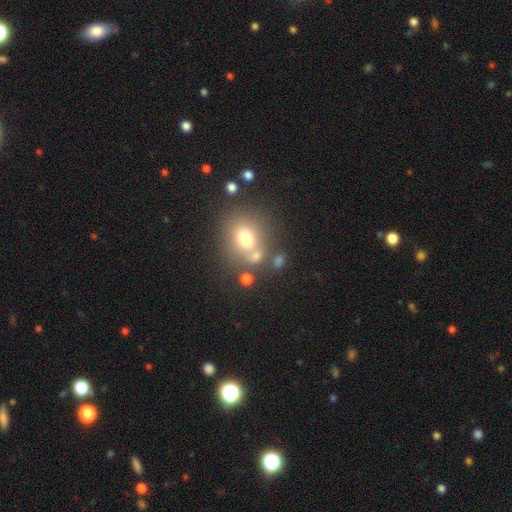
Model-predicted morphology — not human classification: This appears to be a smooth galaxy with no disk features (69%) that is round (62%). Merging: none (55%).